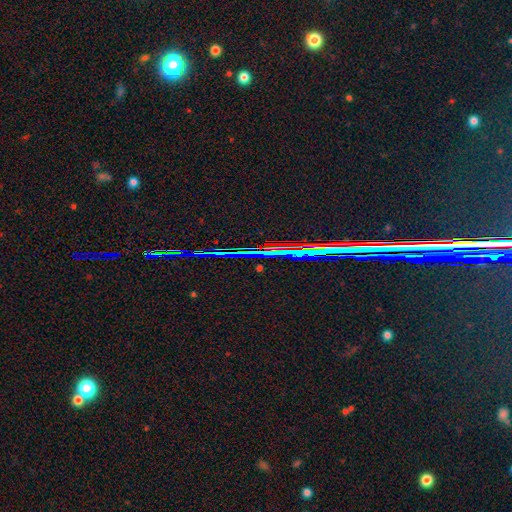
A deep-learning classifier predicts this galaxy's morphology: This is clearly a star or artifact rather than a galaxy (82%).